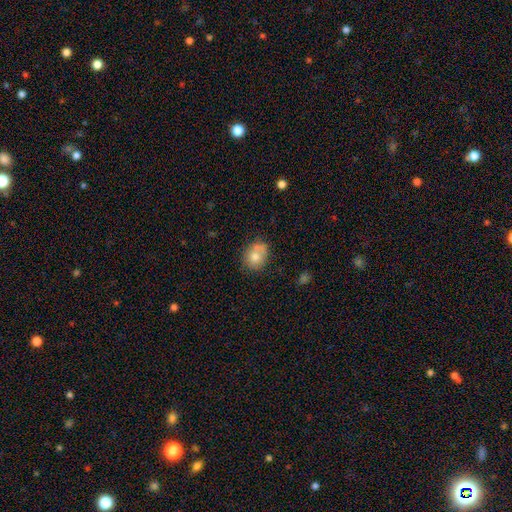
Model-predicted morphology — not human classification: type=smooth (74%); roundness=round (59%); merging=none (55%).